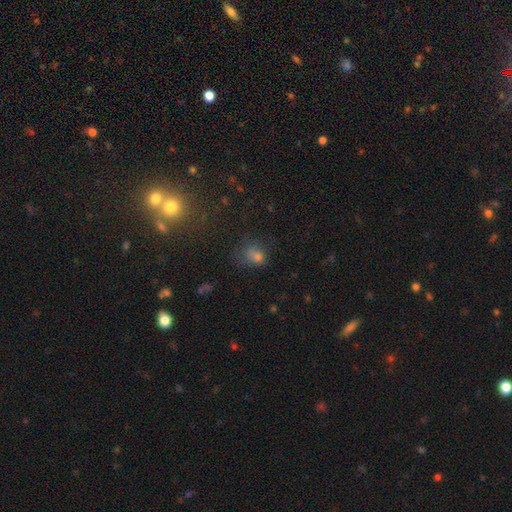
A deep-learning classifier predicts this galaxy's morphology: smooth-or-featured: smooth: 59% | star or artifact: 29% | featured or disk: 12%
  how-rounded: round: 55% | in between: 44% | cigar-shaped: 2%
  merging: none: 49% | minor disturbance: 20% | merger: 18% | major disturbance: 13%